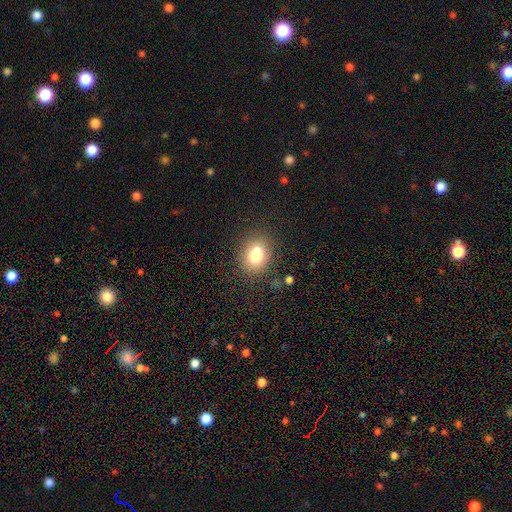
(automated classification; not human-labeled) Smooth or featured? smooth (73%)
How rounded? round (59%)
Merging? none (64%)